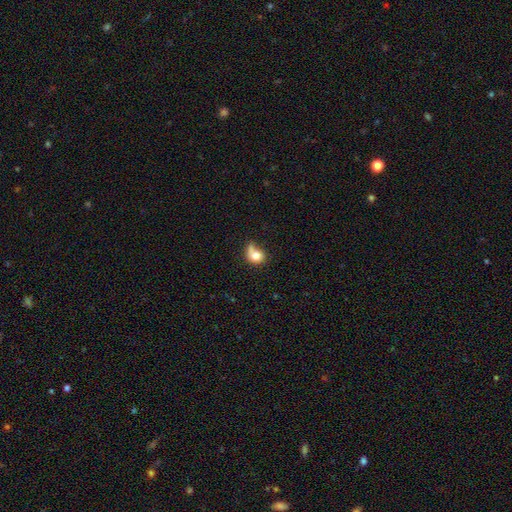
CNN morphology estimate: This appears to be a smooth galaxy with no disk features (75%) that is round (65%). Merging: none (36%).